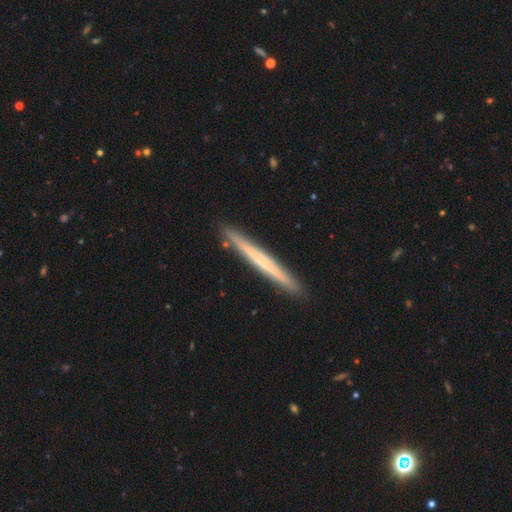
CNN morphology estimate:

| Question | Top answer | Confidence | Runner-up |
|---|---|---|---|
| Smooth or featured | featured or disk | 59% | smooth (35%) |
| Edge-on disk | yes | 96% | no (4%) |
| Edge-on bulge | none | 65% | rounded (30%) |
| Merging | none | 91% | minor disturbance (6%) |